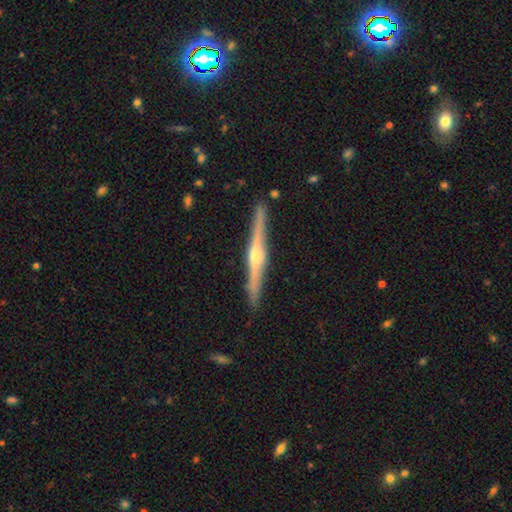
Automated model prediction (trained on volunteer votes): Smooth or featured: featured or disk — 78% (smooth — 17%)
Edge-on disk: yes — 98% (no — 2%)
Edge-on bulge: rounded — 83% (none — 10%)
Merging: none — 90% (minor disturbance — 7%)